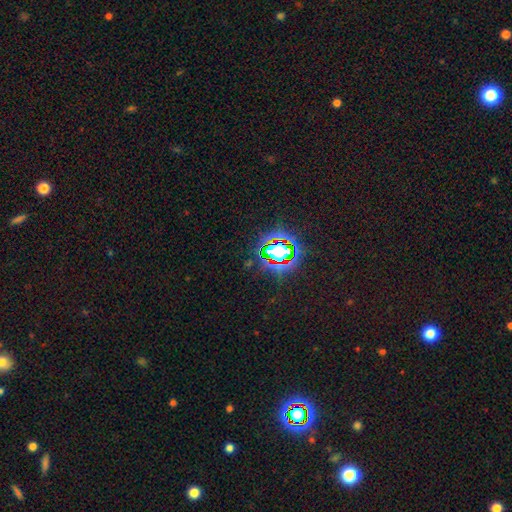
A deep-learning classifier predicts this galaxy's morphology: A star or artifact, not a galaxy (79%).

Vote fractions:
- Smooth or featured? star or artifact: 79% / smooth: 13% / featured or disk: 8%